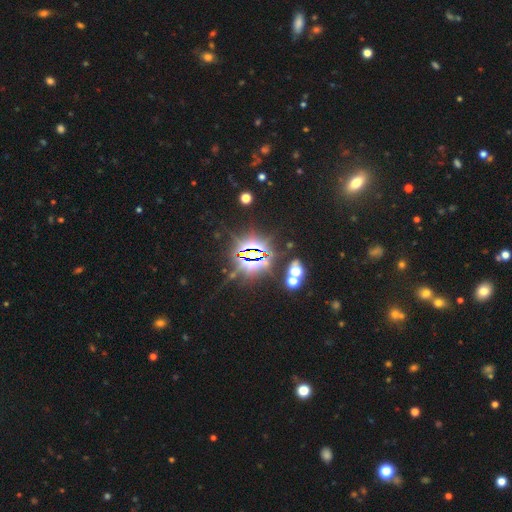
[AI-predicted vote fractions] Smooth or featured?
  - star or artifact: 81% *
  - smooth: 10%
  - featured or disk: 9%